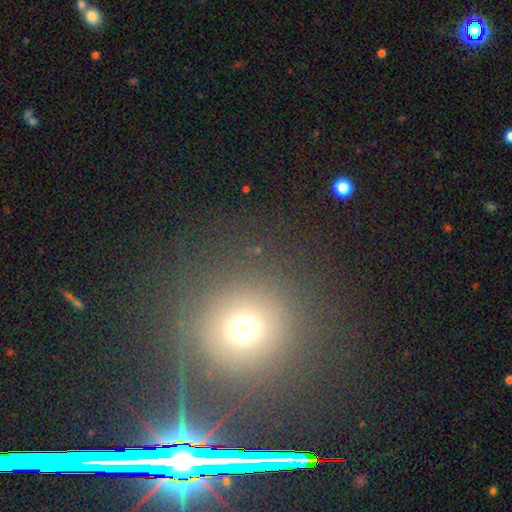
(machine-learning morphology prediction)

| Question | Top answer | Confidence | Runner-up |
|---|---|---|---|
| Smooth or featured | smooth | 52% | star or artifact (36%) |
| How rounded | round | 93% | in between (6%) |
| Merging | none | 84% | minor disturbance (8%) |